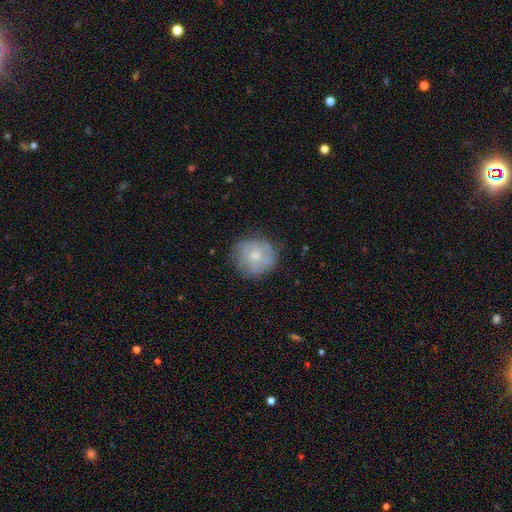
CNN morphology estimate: Smooth or featured? Predicted: smooth (p=0.50). How rounded? Predicted: round (p=0.90). Merging? Predicted: none (p=0.74).